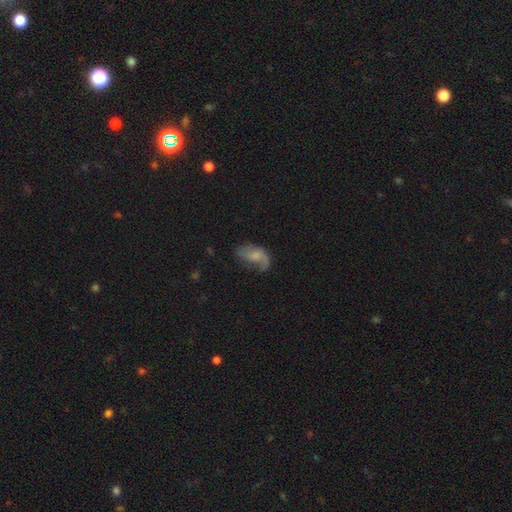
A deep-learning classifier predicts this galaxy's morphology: The model was most divided on "bulge size": small: 40%, moderate: 27%, none: 26%, large: 6%, dominant: 2%. Remaining: edge-on disk — no (96%); spiral arms — yes (83%); bar — no (65%); smooth or featured — featured or disk (56%); merging — none (43%).